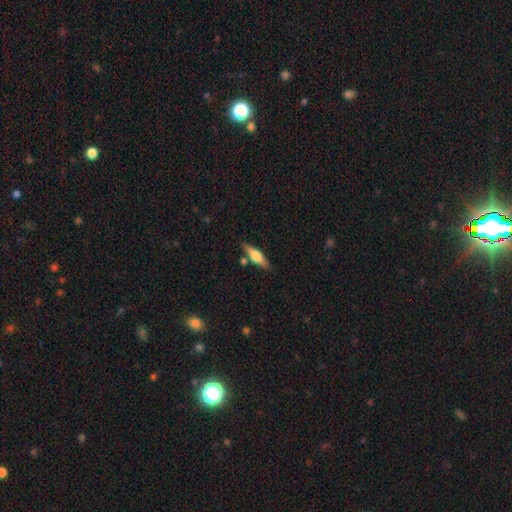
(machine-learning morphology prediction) Smooth or featured?
  - featured or disk: 52% *
  - smooth: 42%
  - star or artifact: 6%
Edge-on disk?
  - yes: 94% *
  - no: 6%
Merging?
  - none: 80% *
  - minor disturbance: 11%
  - merger: 6%
  - major disturbance: 3%